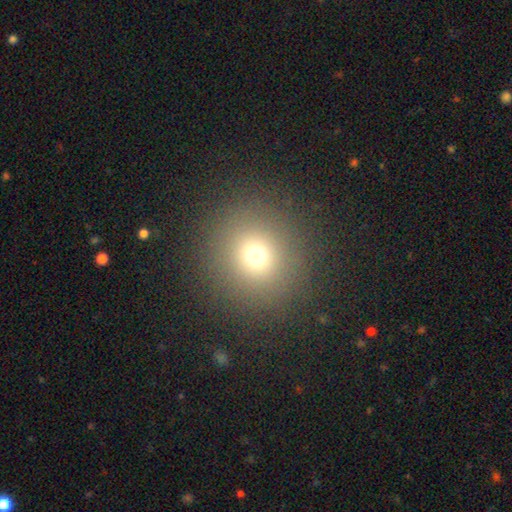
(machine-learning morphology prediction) A smooth galaxy with no disk features (71%) that is round (93%).

Vote fractions:
- Smooth or featured? smooth: 71% / star or artifact: 19% / featured or disk: 9%
- How rounded? round: 93% / in between: 6% / cigar-shaped: 1%
- Merging? none: 89% / minor disturbance: 6% / major disturbance: 4% / merger: 1%